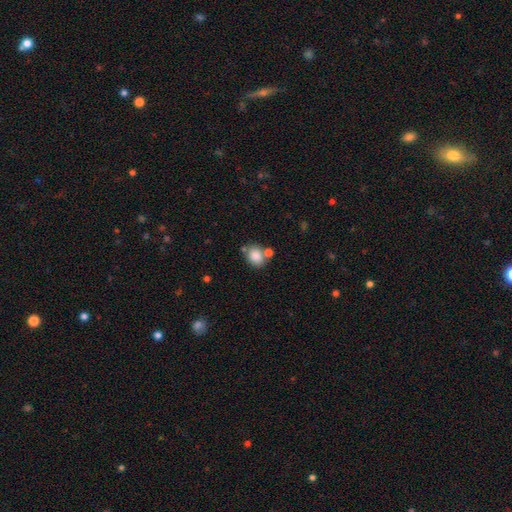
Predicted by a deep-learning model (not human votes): Smooth or featured?
  - smooth: 83% *
  - star or artifact: 9%
  - featured or disk: 7%
How rounded?
  - round: 52% *
  - in between: 47%
  - cigar-shaped: 1%
Merging?
  - none: 60% *
  - merger: 22%
  - minor disturbance: 14%
  - major disturbance: 5%